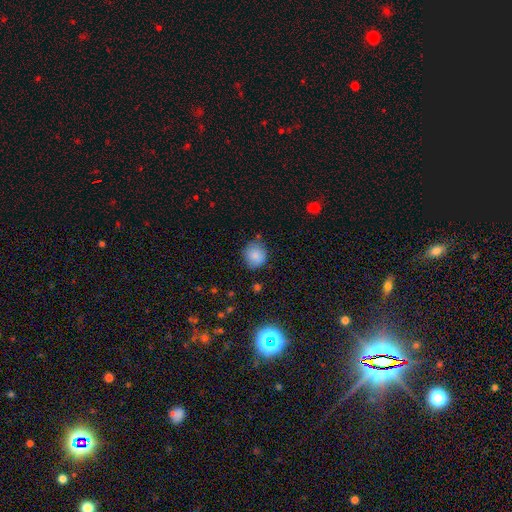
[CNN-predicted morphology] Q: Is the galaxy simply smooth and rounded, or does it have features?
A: smooth — 85%.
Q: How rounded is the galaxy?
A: round — 78%.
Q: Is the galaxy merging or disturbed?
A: none — 72%.